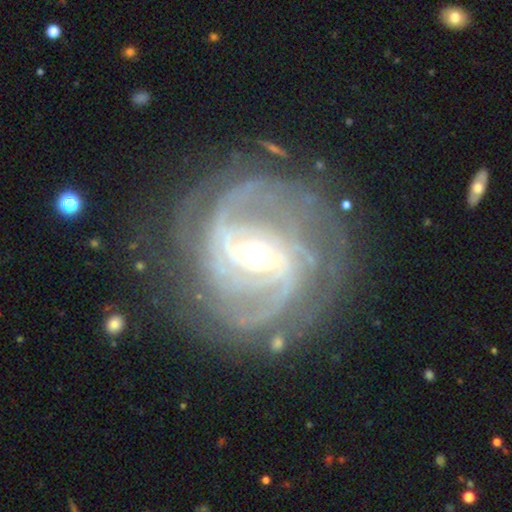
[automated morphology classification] The model was most divided on "spiral winding": tight: 50%, medium: 40%, loose: 10%. Remaining: spiral arms — yes (98%); edge-on disk — no (97%); smooth or featured — featured or disk (92%); merging — none (78%); bulge size — moderate (58%); bar — strong (51%); spiral arm count — 2 (43%).